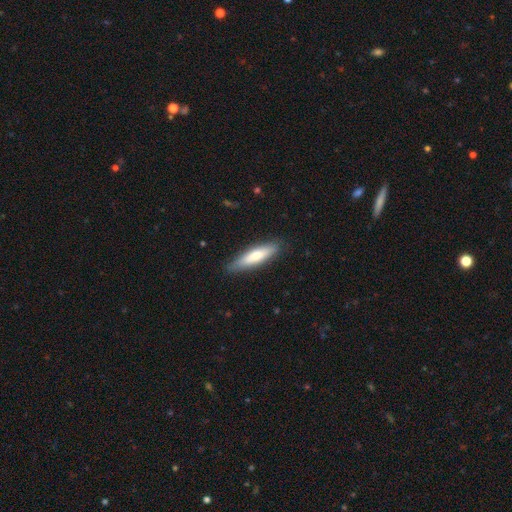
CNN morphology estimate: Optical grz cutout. It shows a smooth galaxy with no disk features (67%) that is cigar-shaped (73%). Merging: none (86%).